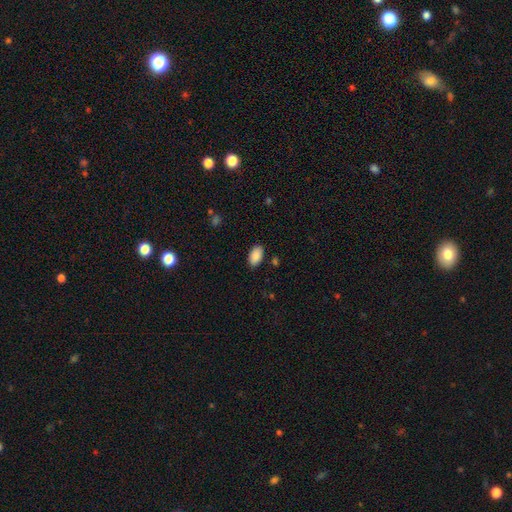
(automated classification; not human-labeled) Q: Smooth or featured?
A: smooth (89%); runner-up: star or artifact (7%)
Q: How rounded?
A: in between (95%); runner-up: round (4%)
Q: Merging?
A: none (87%); runner-up: minor disturbance (10%)